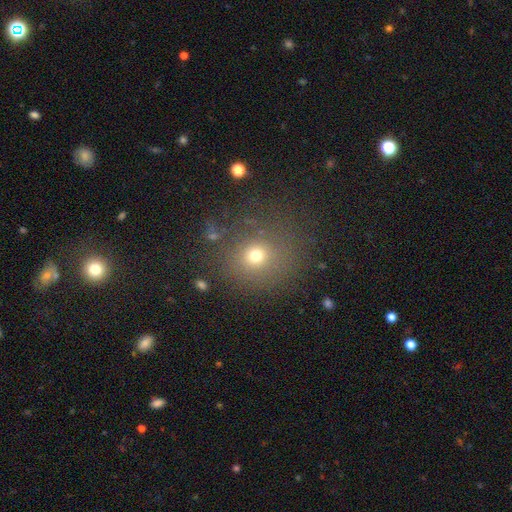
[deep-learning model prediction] smooth 70%, star or artifact 20%, featured or disk 11%. Down the decision tree: how rounded — round (79%); merging — none (77%).